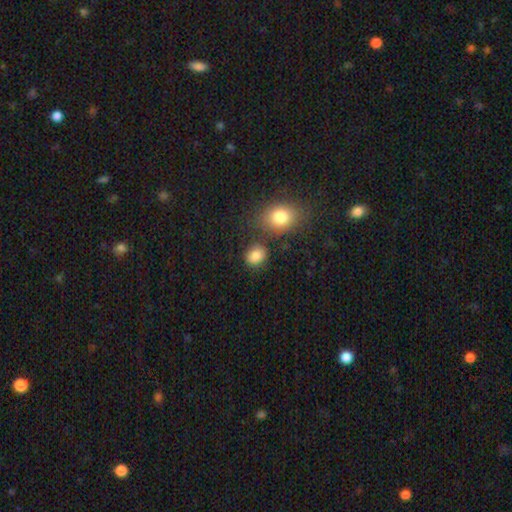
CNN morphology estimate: smooth-or-featured: smooth: 85% | star or artifact: 10% | featured or disk: 5%
  how-rounded: in between: 51% | round: 47% | cigar-shaped: 1%
  merging: none: 72% | minor disturbance: 14% | merger: 10% | major disturbance: 5%